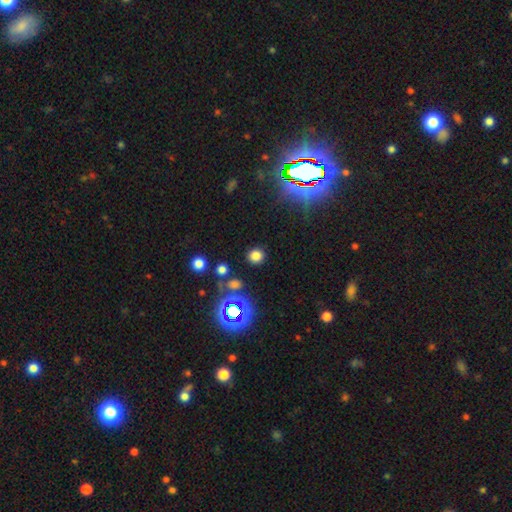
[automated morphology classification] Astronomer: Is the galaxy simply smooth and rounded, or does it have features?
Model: smooth — 73%.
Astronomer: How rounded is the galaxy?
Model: round — 86%.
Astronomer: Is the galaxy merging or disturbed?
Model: none — 87%.